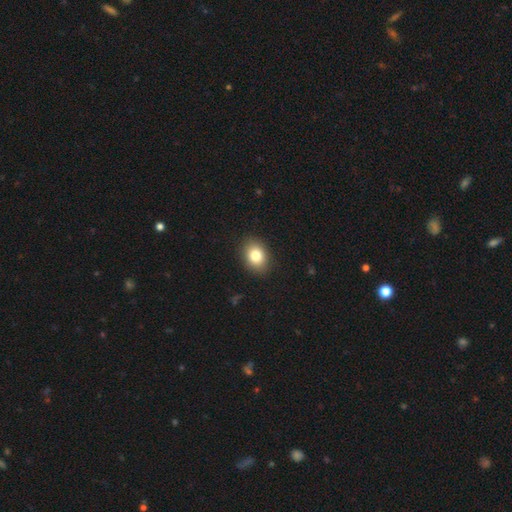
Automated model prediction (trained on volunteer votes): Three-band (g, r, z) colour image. It shows a smooth galaxy with no disk features (82%) that is in between round and cigar-shaped (65%). Merging: none (89%).